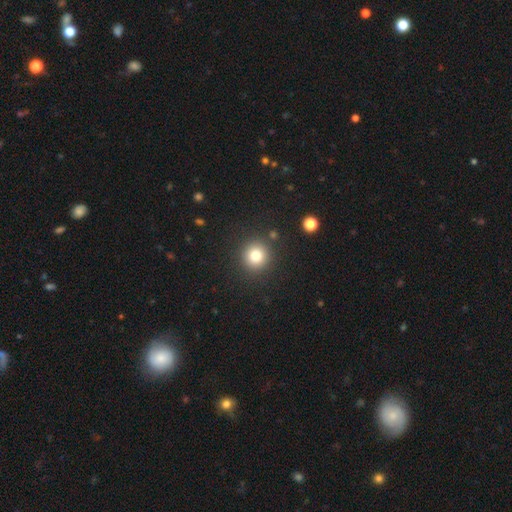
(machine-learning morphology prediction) Overall: smooth (80%). How rounded: round (93%). Merging: none (89%).